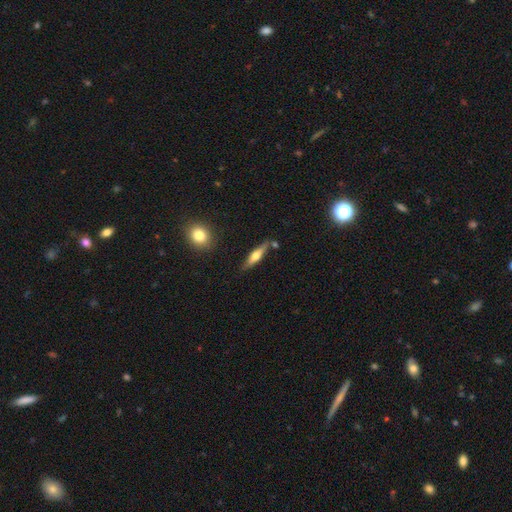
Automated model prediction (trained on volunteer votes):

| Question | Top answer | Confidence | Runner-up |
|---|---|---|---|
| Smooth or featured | featured or disk | 52% | smooth (42%) |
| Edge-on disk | yes | 93% | no (7%) |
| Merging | none | 78% | minor disturbance (13%) |